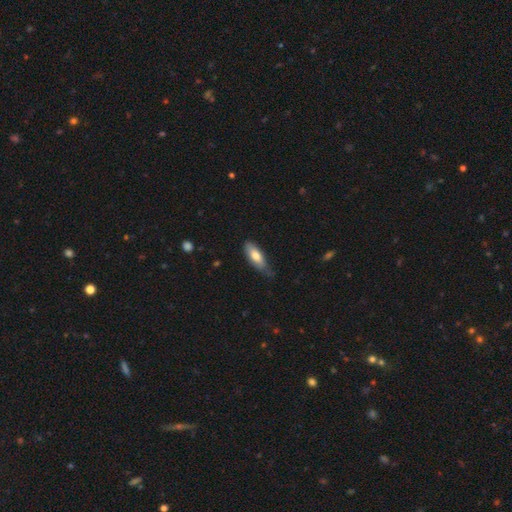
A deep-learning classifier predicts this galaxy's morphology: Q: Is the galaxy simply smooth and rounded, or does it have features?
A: smooth — 73%.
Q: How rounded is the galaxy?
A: in between — 66%.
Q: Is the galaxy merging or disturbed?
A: none — 61%.